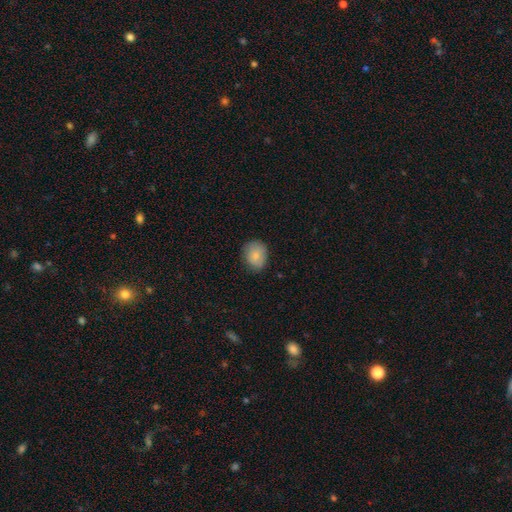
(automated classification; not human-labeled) smooth 84%, featured or disk 8%, star or artifact 8%. Down the decision tree: how rounded — round (56%); merging — none (76%).